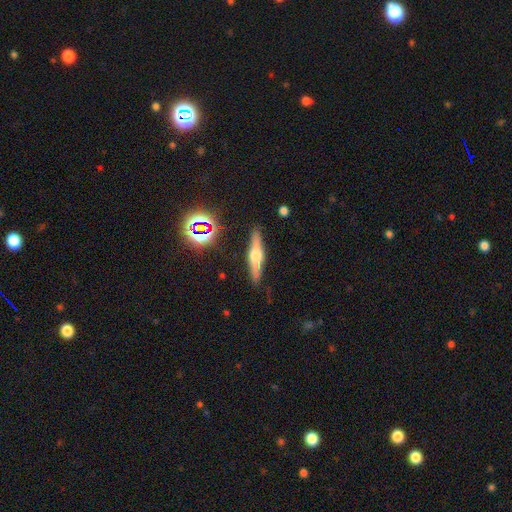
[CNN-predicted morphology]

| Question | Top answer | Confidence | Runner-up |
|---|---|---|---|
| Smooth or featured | featured or disk | 61% | smooth (30%) |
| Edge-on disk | yes | 95% | no (5%) |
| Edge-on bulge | rounded | 92% | boxy (6%) |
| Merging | none | 88% | minor disturbance (9%) |